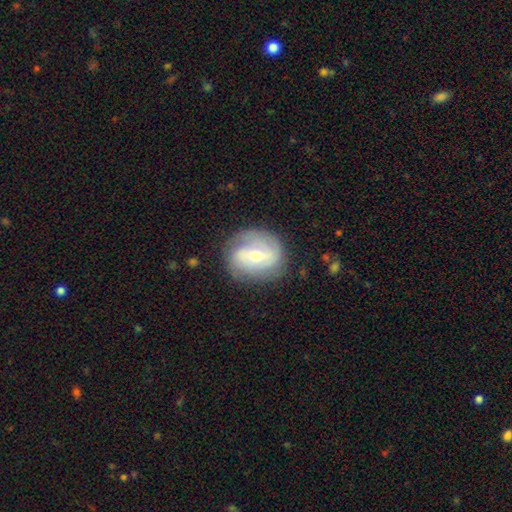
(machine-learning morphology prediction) type=featured or disk (67%); edge-on=no (96%); bar=weak (45%); spiral arms=yes (84%); winding=tight (40%); arm count=2 (54%); bulge=moderate (56%); merging=none (76%).